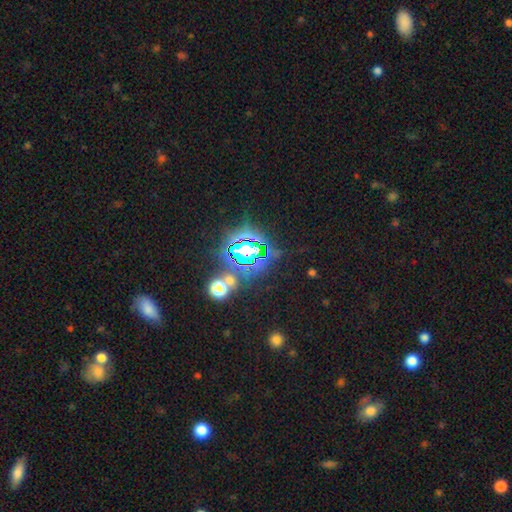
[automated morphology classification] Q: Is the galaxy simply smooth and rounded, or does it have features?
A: star or artifact — 80%.